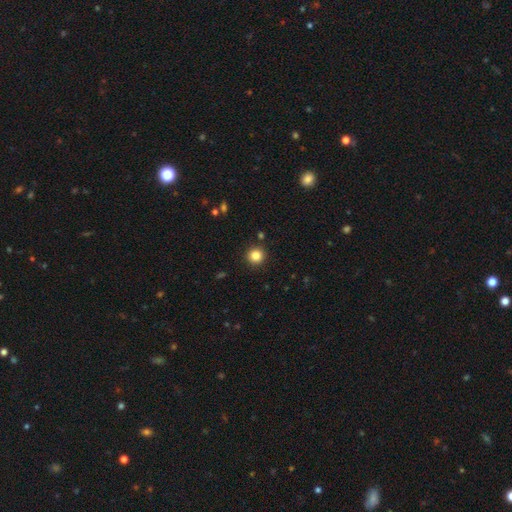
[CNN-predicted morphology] smooth 84%, star or artifact 11%, featured or disk 5%. Down the decision tree: how rounded — round (94%); merging — none (91%).